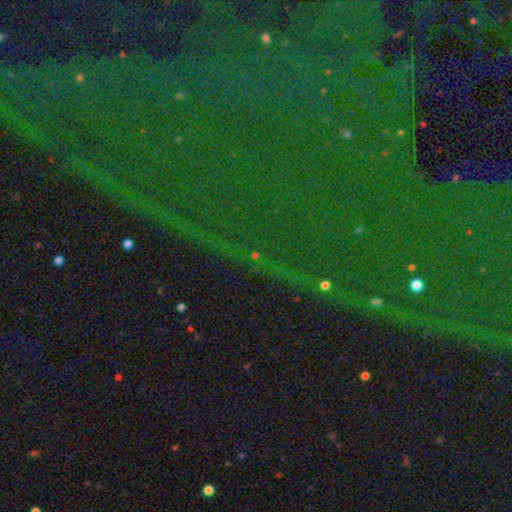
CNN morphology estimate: A star or artifact, not a galaxy (79%).

Vote fractions:
- Smooth or featured? star or artifact: 79% / smooth: 12% / featured or disk: 10%